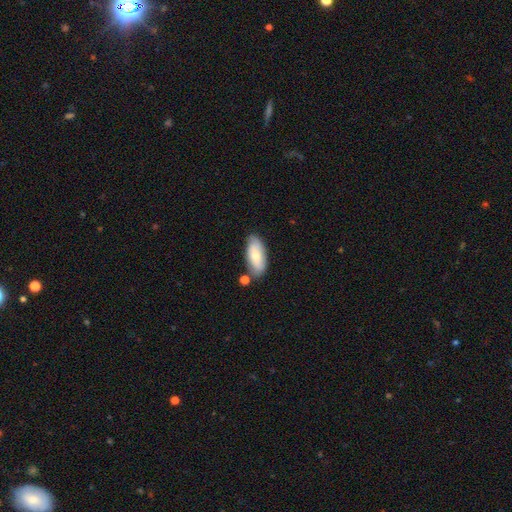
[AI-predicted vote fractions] The model was most divided on "smooth or featured": smooth: 64%, featured or disk: 30%, star or artifact: 6%. More confident: how rounded — in between (88%); merging — none (70%).